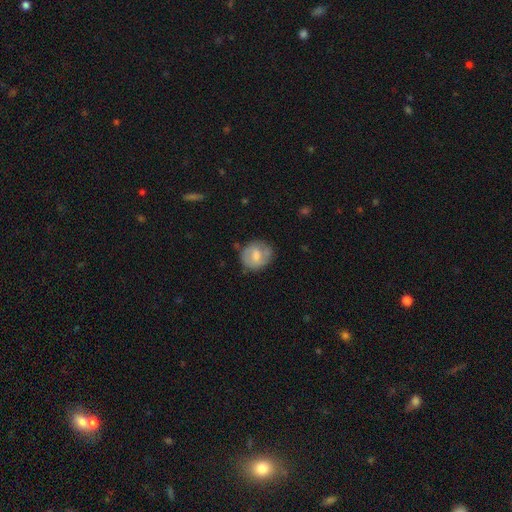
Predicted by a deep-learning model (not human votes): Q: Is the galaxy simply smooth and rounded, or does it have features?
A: smooth — 55%.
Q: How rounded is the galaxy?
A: round — 74%.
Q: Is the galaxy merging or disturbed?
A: none — 70%.